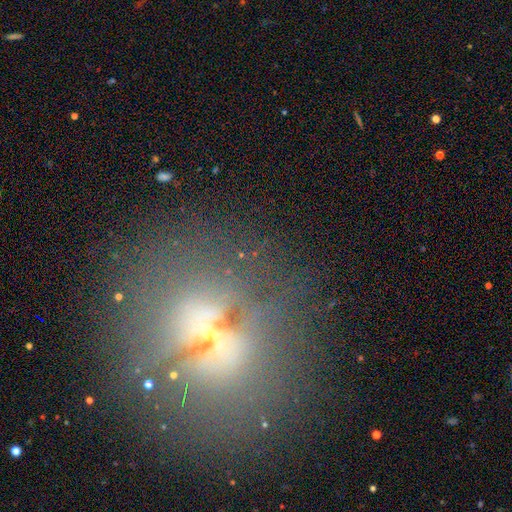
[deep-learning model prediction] Smooth or featured: featured or disk — 37% (star or artifact — 31%)
Merging: none — 65% (minor disturbance — 13%)